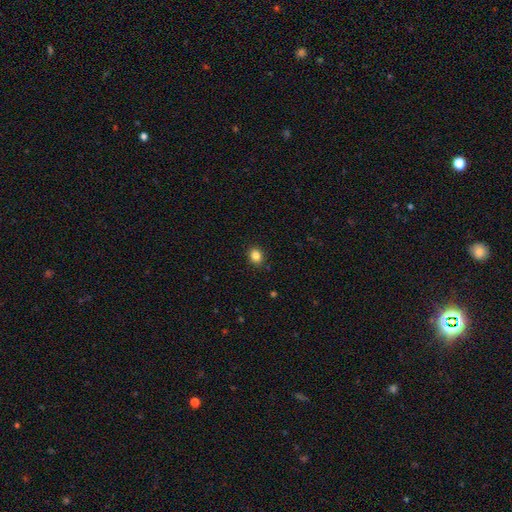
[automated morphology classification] Q: Smooth or featured?
A: smooth (85%); runner-up: star or artifact (11%)
Q: How rounded?
A: round (61%); runner-up: in between (38%)
Q: Merging?
A: none (89%); runner-up: minor disturbance (8%)